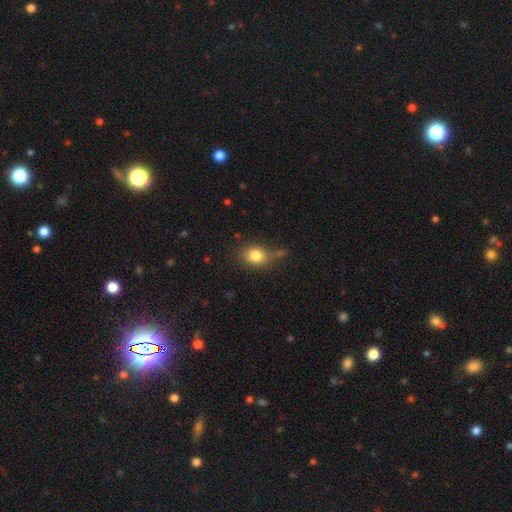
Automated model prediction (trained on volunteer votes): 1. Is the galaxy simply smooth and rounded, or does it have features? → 82% smooth, 10% star or artifact, 8% featured or disk.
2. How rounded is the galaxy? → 51% round, 48% in between, 1% cigar-shaped.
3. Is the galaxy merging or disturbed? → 66% none, 19% minor disturbance, 8% merger, 7% major disturbance.